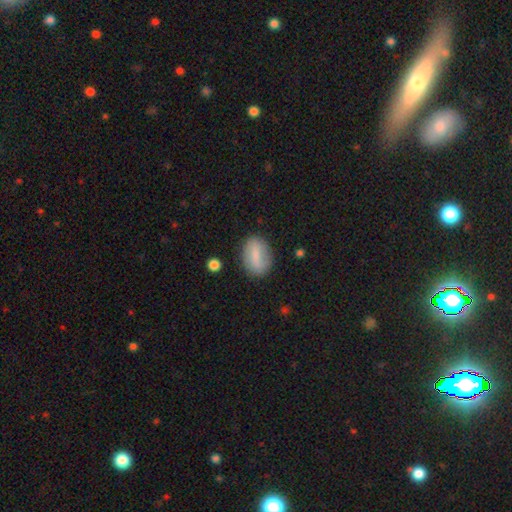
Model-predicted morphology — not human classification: A smooth galaxy with no disk features (70%) that is in between round and cigar-shaped (82%). Merging: none (79%).